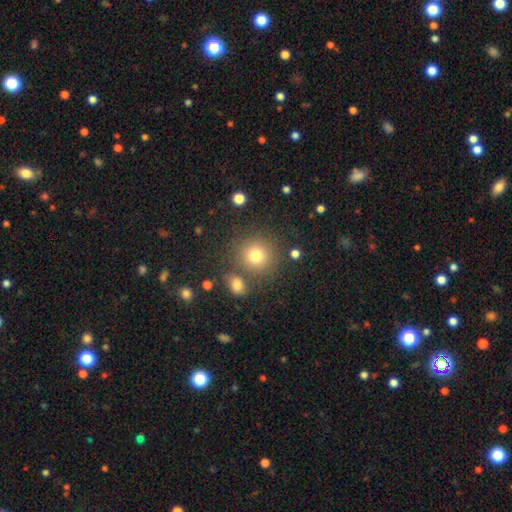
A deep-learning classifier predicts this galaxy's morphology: A smooth galaxy with no disk features (78%) that is round (91%). Merging: none (76%).